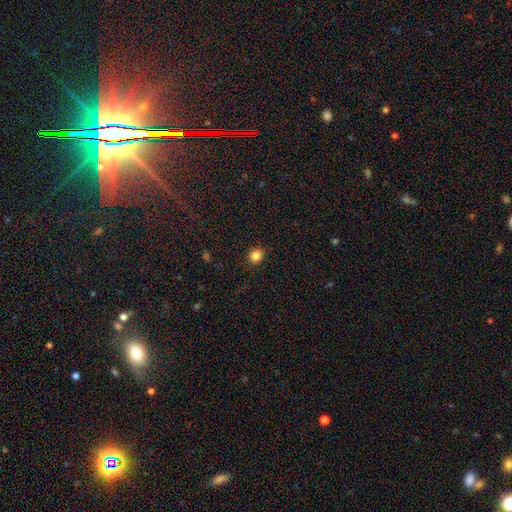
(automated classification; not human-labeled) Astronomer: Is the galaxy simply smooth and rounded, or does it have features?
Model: smooth — 84%.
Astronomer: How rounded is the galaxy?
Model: round — 86%.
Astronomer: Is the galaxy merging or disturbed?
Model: none — 92%.